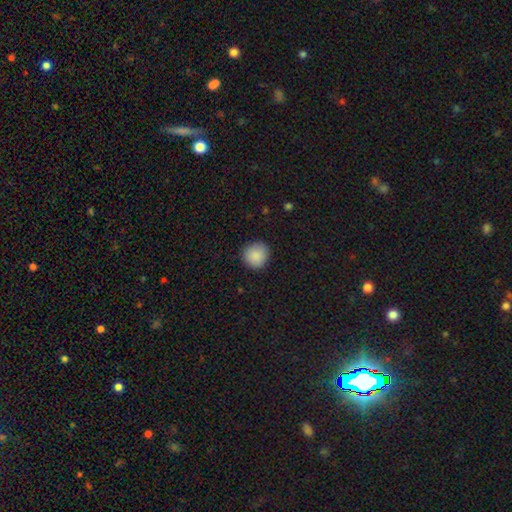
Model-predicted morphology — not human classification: smooth 89%, star or artifact 8%, featured or disk 3%. Down the decision tree: how rounded — round (93%); merging — none (89%).